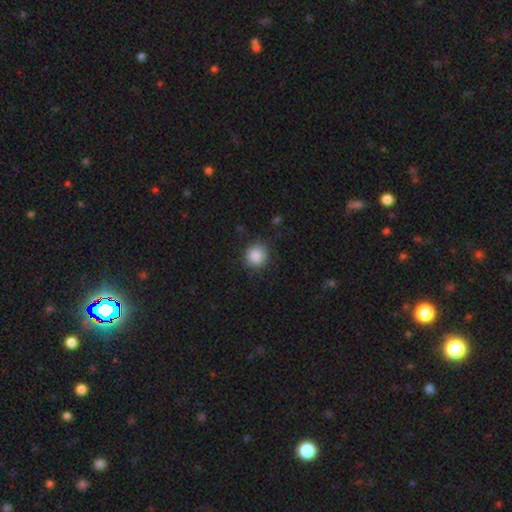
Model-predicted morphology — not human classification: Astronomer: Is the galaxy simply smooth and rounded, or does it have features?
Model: smooth — 87%.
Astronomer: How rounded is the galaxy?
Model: round — 90%.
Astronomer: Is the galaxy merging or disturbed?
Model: none — 85%.